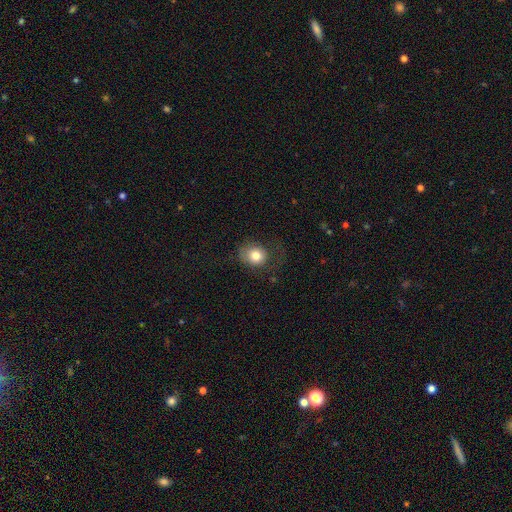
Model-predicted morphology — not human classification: Smooth or featured?
  - smooth: 78% *
  - featured or disk: 12%
  - star or artifact: 10%
How rounded?
  - round: 72% *
  - in between: 27%
  - cigar-shaped: 1%
Merging?
  - none: 56% *
  - minor disturbance: 22%
  - major disturbance: 21%
  - merger: 1%